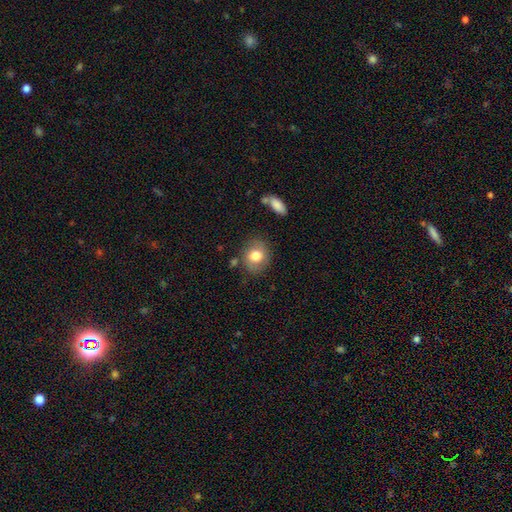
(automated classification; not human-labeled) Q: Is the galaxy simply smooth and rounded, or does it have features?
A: smooth — 74%.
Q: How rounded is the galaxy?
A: round — 66%.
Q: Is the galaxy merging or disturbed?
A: none — 76%.